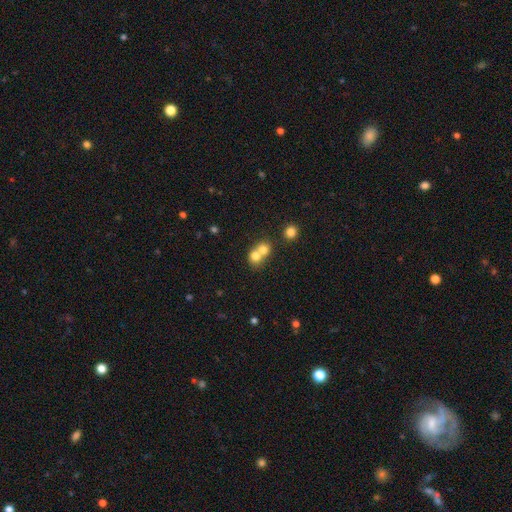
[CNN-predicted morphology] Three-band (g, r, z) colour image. It shows a smooth galaxy with no disk features (73%) that is round (75%). Merging: merger (65%).